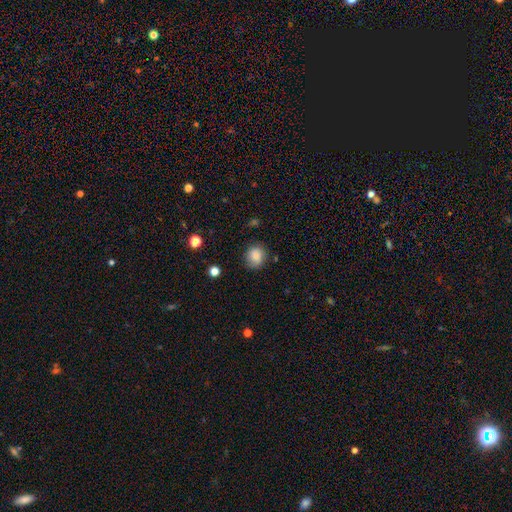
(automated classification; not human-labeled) Morphology: type=smooth (85%); roundness=round (77%); merging=none (80%).